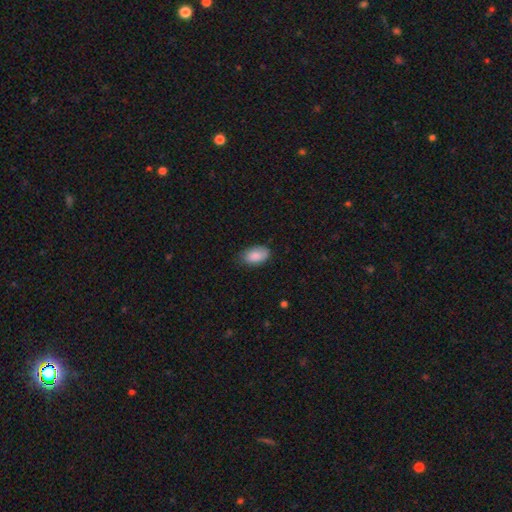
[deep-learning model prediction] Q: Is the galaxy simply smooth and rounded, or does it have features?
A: smooth — 87%.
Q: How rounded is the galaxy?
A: in between — 94%.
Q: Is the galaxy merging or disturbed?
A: none — 75%.